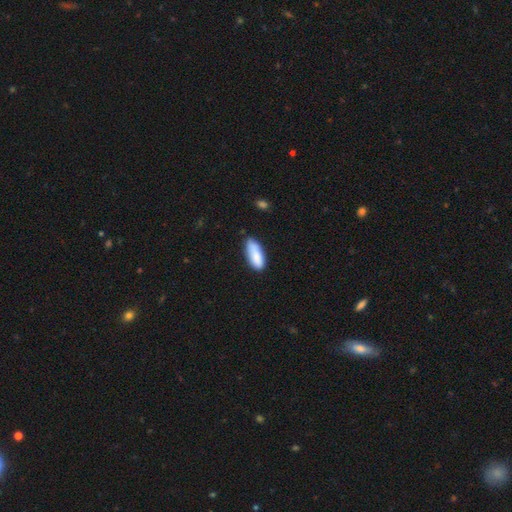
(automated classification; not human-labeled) Smooth or featured?
  - smooth: 85% *
  - featured or disk: 8%
  - star or artifact: 6%
How rounded?
  - in between: 75% *
  - cigar-shaped: 23%
  - round: 2%
Merging?
  - none: 71% *
  - minor disturbance: 23%
  - major disturbance: 4%
  - merger: 3%